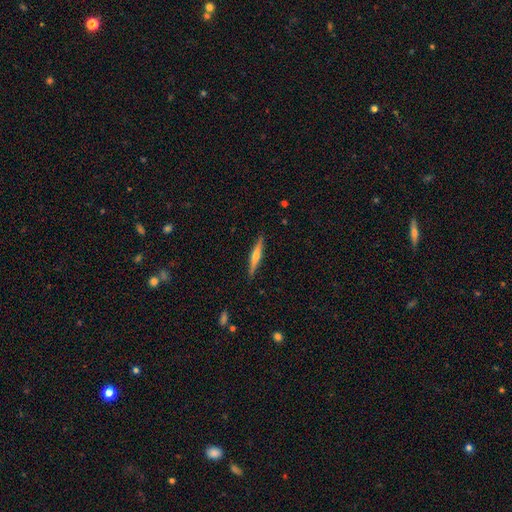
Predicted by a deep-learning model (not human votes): A featured or disk galaxy (61%) viewed edge-on (97%) with a rounded central bulge (80%).

Vote fractions:
- Smooth or featured? featured or disk: 61% / smooth: 33% / star or artifact: 6%
- Edge-on disk? yes: 97% / no: 3%
- Edge-on bulge? rounded: 80% / none: 12% / boxy: 8%
- Merging? none: 90% / minor disturbance: 8% / major disturbance: 1% / merger: 1%